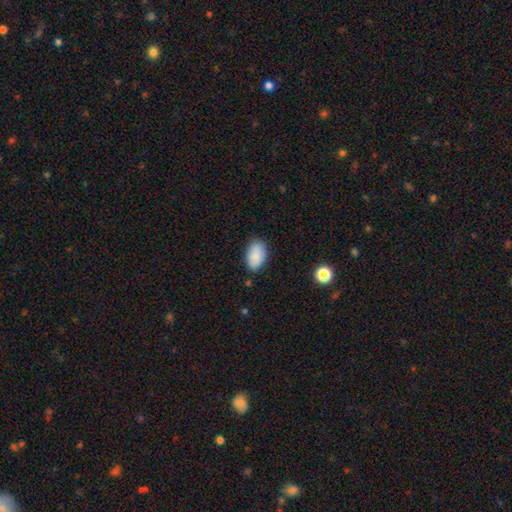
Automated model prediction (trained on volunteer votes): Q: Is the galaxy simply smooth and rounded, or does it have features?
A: smooth — 86%.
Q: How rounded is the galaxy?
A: in between — 92%.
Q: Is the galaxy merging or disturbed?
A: none — 80%.